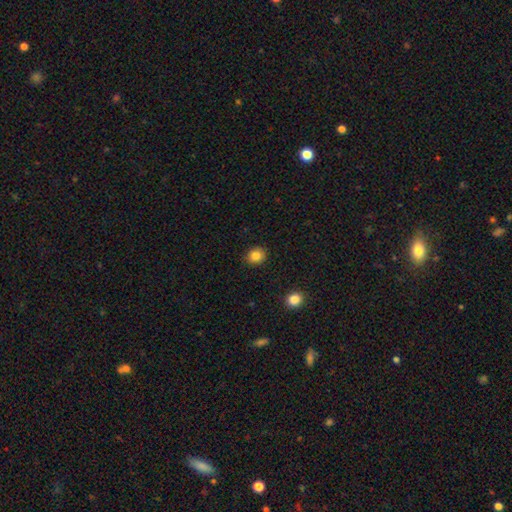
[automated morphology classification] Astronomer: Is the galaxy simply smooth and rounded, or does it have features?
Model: smooth — 84%.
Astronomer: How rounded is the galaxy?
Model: round — 69%.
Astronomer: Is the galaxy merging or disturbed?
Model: none — 89%.